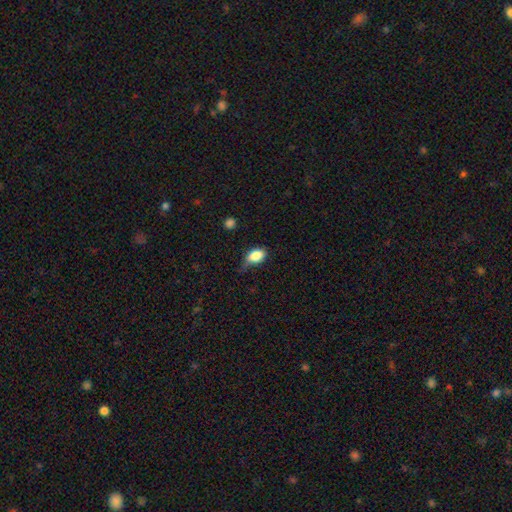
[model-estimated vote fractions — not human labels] Smooth or featured? smooth (83%)
How rounded? in between (85%)
Merging? none (44%)